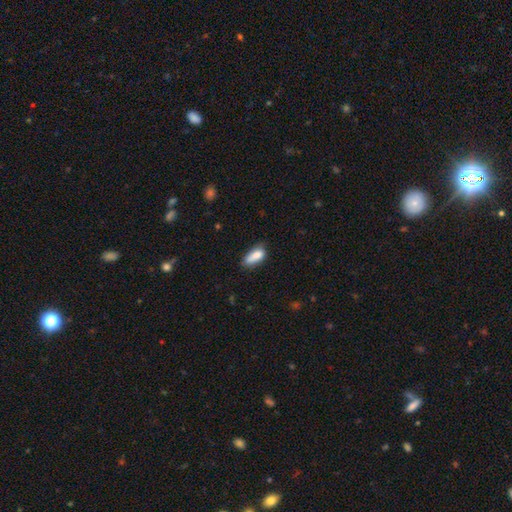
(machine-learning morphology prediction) smooth_or_featured: smooth (p=0.82) [alt: featured or disk p=0.10]
how_rounded: in between (p=0.78) [alt: cigar-shaped p=0.19]
merging: none (p=0.56) [alt: minor disturbance p=0.31]